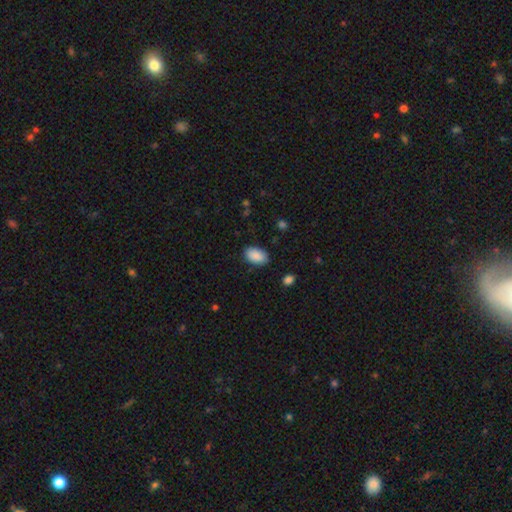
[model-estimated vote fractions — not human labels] Smooth or featured? Predicted: smooth (p=0.89). How rounded? Predicted: in between (p=0.92). Merging? Predicted: none (p=0.84).